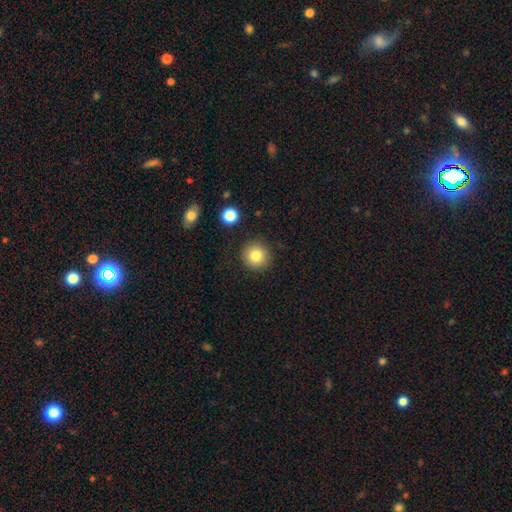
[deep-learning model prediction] Smooth or featured?
  - smooth: 82% *
  - star or artifact: 11%
  - featured or disk: 7%
How rounded?
  - round: 94% *
  - in between: 6%
  - cigar-shaped: 1%
Merging?
  - none: 88% *
  - minor disturbance: 7%
  - major disturbance: 2%
  - merger: 2%